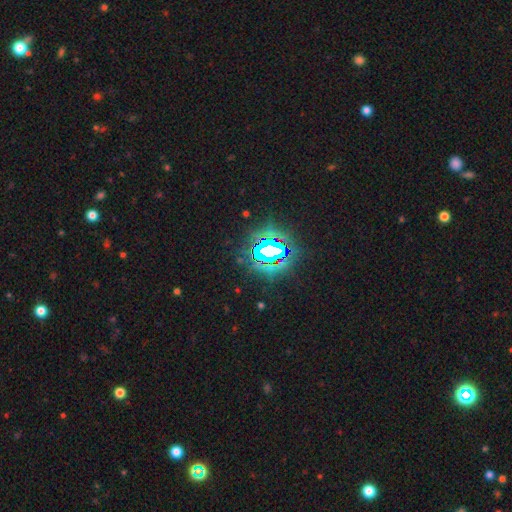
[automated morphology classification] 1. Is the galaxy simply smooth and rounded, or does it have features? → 83% star or artifact, 11% smooth, 7% featured or disk.